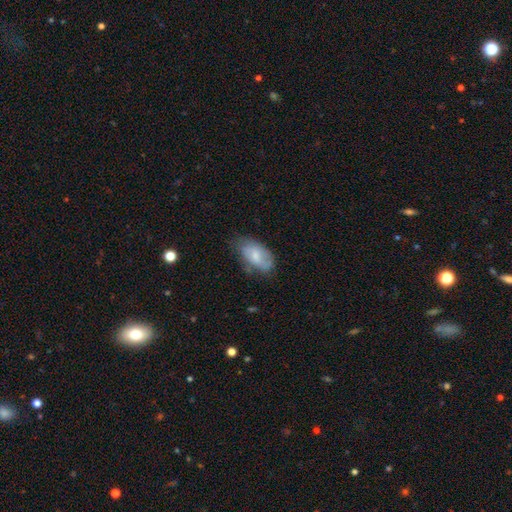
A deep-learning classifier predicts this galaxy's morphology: Smooth or featured?
  - smooth: 61% *
  - featured or disk: 32%
  - star or artifact: 7%
How rounded?
  - in between: 93% *
  - round: 5%
  - cigar-shaped: 3%
Merging?
  - none: 55% *
  - minor disturbance: 32%
  - major disturbance: 11%
  - merger: 2%